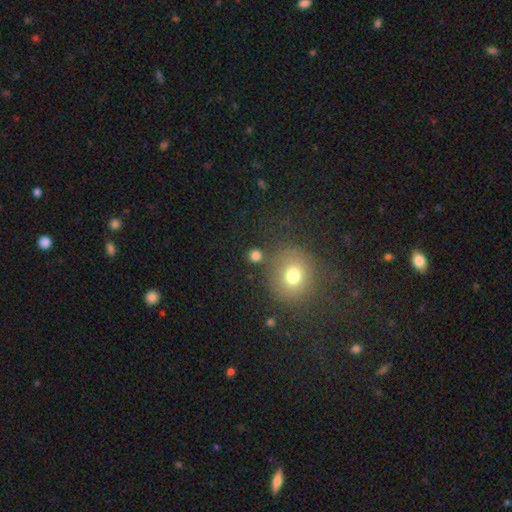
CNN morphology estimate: A smooth galaxy with no disk features (79%) that is round (89%). Merging: none (80%).